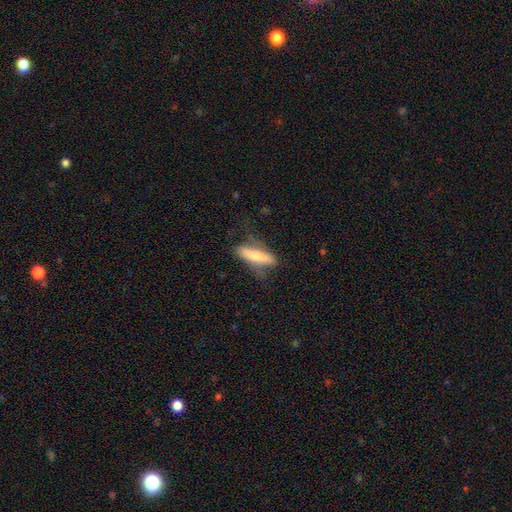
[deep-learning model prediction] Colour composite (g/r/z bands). It shows a smooth galaxy with no disk features (54%) that is cigar-shaped (72%). Merging: none (64%).